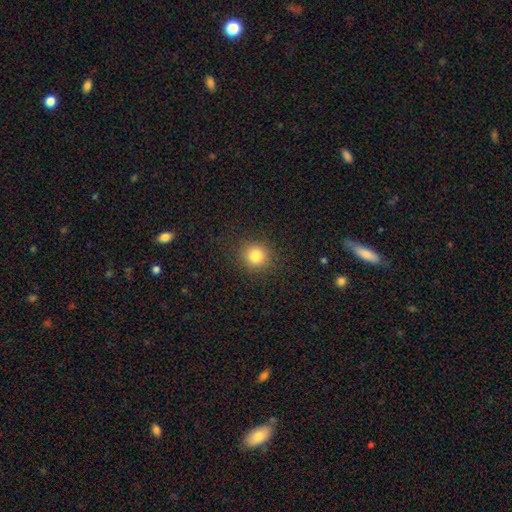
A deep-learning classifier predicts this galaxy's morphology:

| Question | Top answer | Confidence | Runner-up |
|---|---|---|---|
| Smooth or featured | smooth | 83% | star or artifact (12%) |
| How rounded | round | 89% | in between (10%) |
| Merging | none | 88% | minor disturbance (8%) |